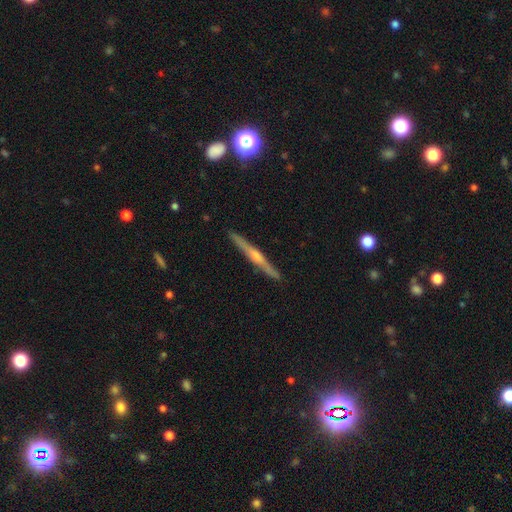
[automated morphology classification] featured or disk 73%, smooth 17%, star or artifact 10%. Down the decision tree: edge-on disk — yes (96%); edge-on bulge — rounded (84%); merging — none (88%).